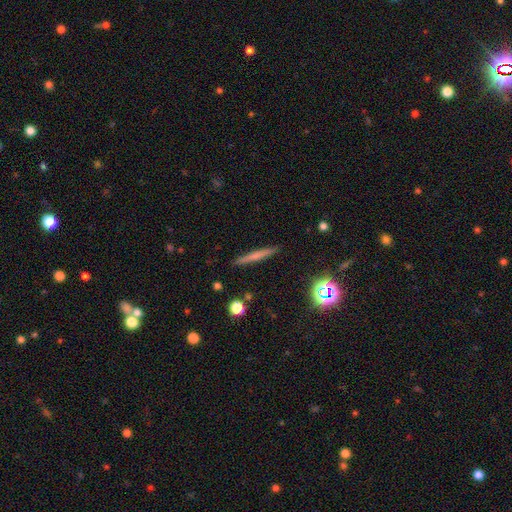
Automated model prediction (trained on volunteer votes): This is possibly a smooth galaxy (54%). How rounded: clearly cigar-shaped (94%). Merging: clearly none (91%).